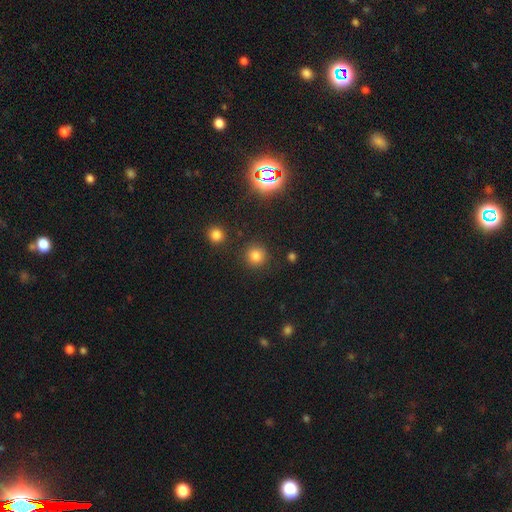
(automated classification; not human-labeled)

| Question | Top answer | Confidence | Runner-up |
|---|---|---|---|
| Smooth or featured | smooth | 79% | star or artifact (16%) |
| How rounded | round | 92% | in between (7%) |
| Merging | none | 88% | minor disturbance (6%) |